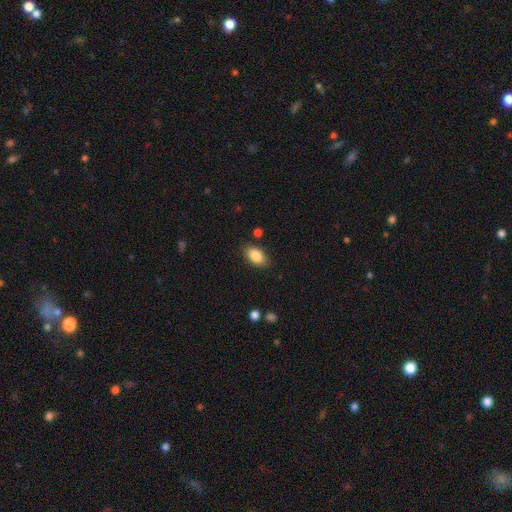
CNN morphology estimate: Smooth or featured? Predicted: smooth (p=0.86). How rounded? Predicted: in between (p=0.91). Merging? Predicted: none (p=0.84).